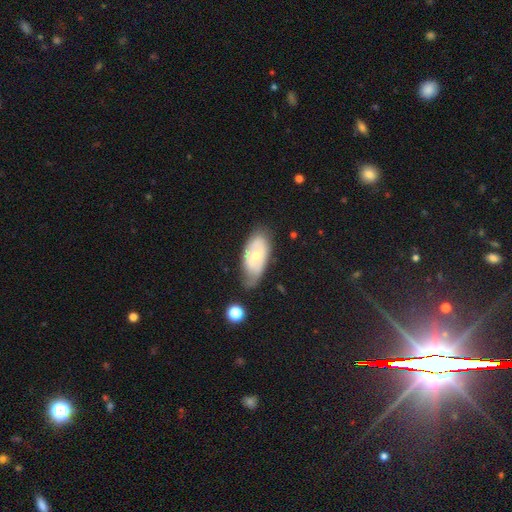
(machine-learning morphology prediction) Smooth or featured? Predicted: featured or disk (p=0.59). Edge-on disk? Predicted: no (p=0.92). Bar? Predicted: no (p=0.44, tied with weak). Spiral arms? Predicted: yes (p=0.68). Bulge size? Predicted: small (p=0.48). Merging? Predicted: none (p=0.51).